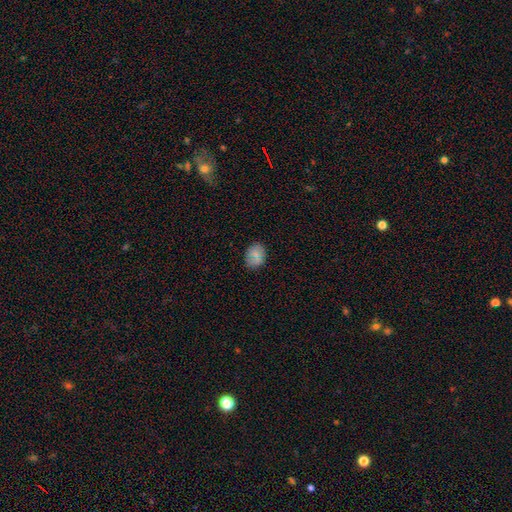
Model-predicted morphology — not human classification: A smooth galaxy with no disk features (77%) that is in between round and cigar-shaped (61%).

Vote fractions:
- Smooth or featured? smooth: 77% / star or artifact: 13% / featured or disk: 10%
- How rounded? in between: 61% / round: 38% / cigar-shaped: 1%
- Merging? none: 82% / minor disturbance: 13% / major disturbance: 3% / merger: 3%